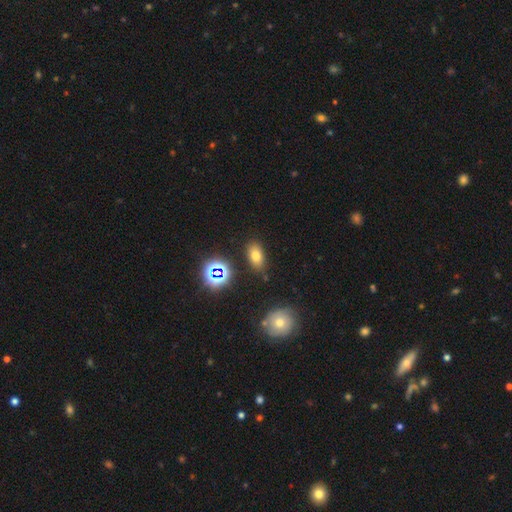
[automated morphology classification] This is likely a smooth galaxy (69%). How rounded: clearly in between (85%). Merging: clearly none (82%).